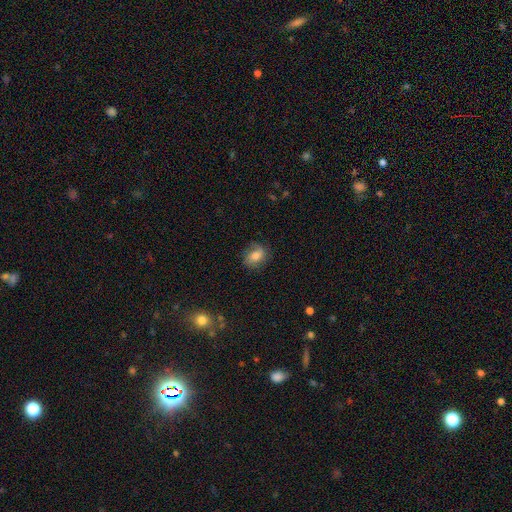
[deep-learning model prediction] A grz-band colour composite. It shows a smooth galaxy with no disk features (60%) that is round (52%). Merging: none (70%).